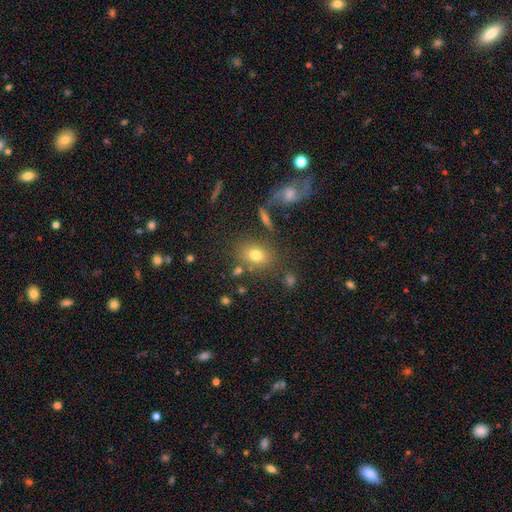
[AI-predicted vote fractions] The model was most divided on "how rounded": in between: 58%, round: 40%, cigar-shaped: 2%. More confident: merging — none (73%); smooth or featured — smooth (65%).